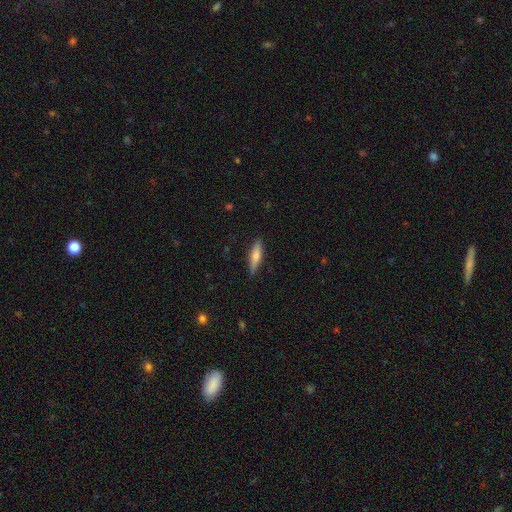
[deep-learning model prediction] This appears to be a smooth galaxy with no disk features (58%) that is cigar-shaped (75%). Merging: none (88%).